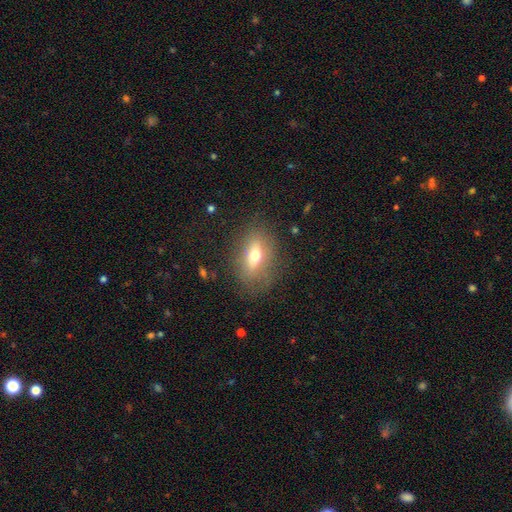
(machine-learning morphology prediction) smooth-or-featured: smooth: 56% | featured or disk: 33% | star or artifact: 11%
  how-rounded: in between: 72% | round: 15% | cigar-shaped: 13%
  merging: none: 77% | minor disturbance: 14% | major disturbance: 8% | merger: 2%